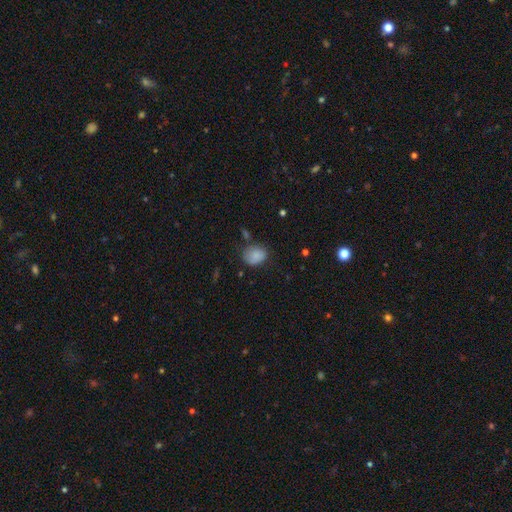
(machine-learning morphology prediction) Smooth or featured?
  - smooth: 85% *
  - star or artifact: 9%
  - featured or disk: 6%
How rounded?
  - in between: 61% *
  - round: 38%
  - cigar-shaped: 1%
Merging?
  - none: 63% *
  - minor disturbance: 25%
  - major disturbance: 7%
  - merger: 4%